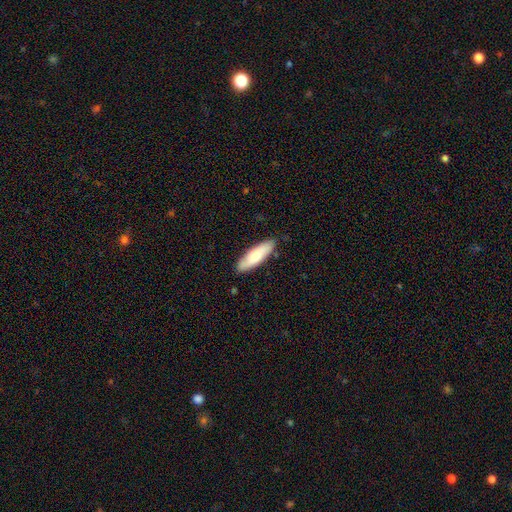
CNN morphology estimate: A smooth galaxy with no disk features (73%) that is cigar-shaped (50%).

Vote fractions:
- Smooth or featured? smooth: 73% / featured or disk: 21% / star or artifact: 5%
- How rounded? cigar-shaped: 50% / in between: 48% / round: 2%
- Merging? none: 85% / minor disturbance: 11% / major disturbance: 2% / merger: 1%